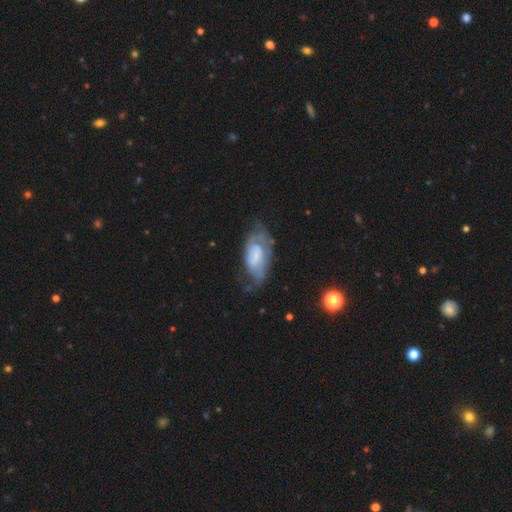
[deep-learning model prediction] smooth_or_featured: featured or disk (p=0.63) [alt: smooth p=0.30]
disk_edge_on: no (p=0.94) [alt: yes p=0.06]
bar: no (p=0.54) [alt: weak p=0.36]
has_spiral_arms: yes (p=0.71) [alt: no p=0.29]
bulge_size: small (p=0.38) [alt: none p=0.26]
merging: none (p=0.45) [alt: minor disturbance p=0.28]